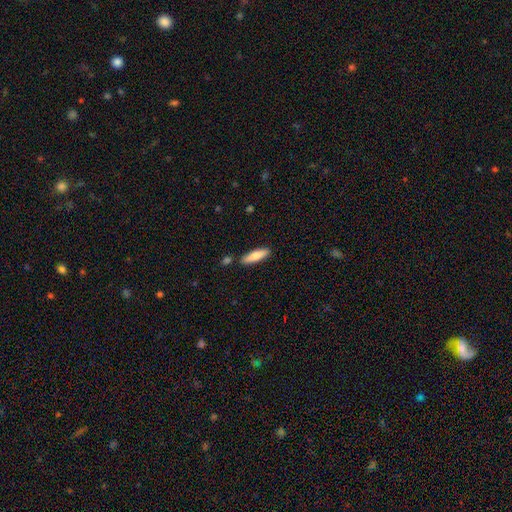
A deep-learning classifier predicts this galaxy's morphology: Smooth or featured: smooth — 78% (featured or disk — 17%)
How rounded: cigar-shaped — 67% (in between — 31%)
Merging: none — 83% (minor disturbance — 10%)